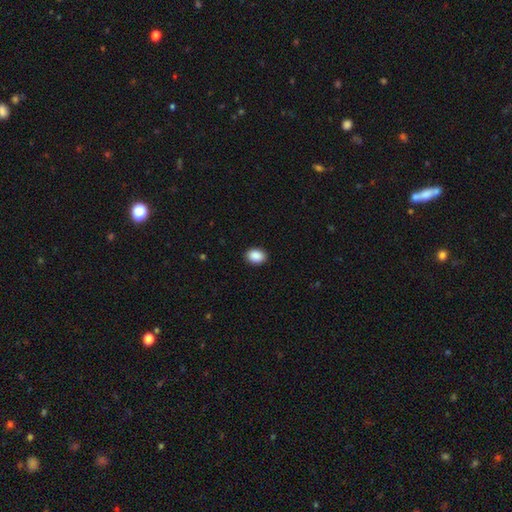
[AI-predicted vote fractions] This appears to be a smooth galaxy with no disk features (90%) that is in between round and cigar-shaped (73%). Merging: none (91%).